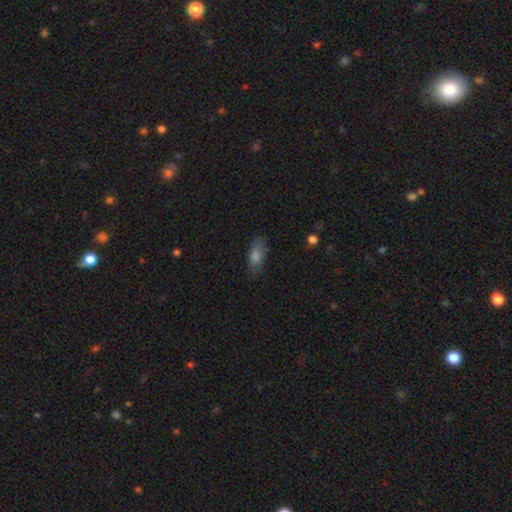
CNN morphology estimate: Overall: smooth (75%). How rounded: in between (71%). Merging: none (78%).